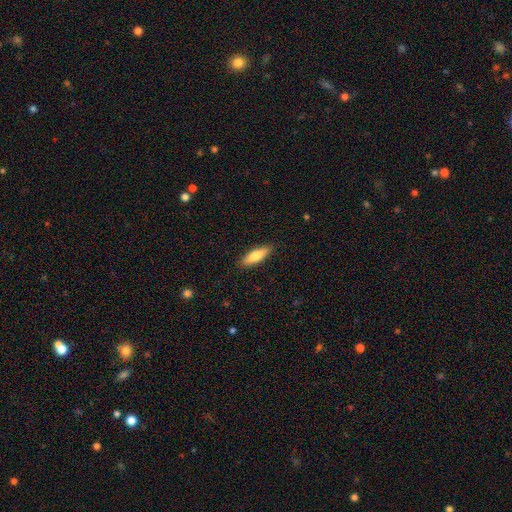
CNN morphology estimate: The model was most divided on "how rounded": cigar-shaped: 51%, in between: 47%, round: 2%. More confident: merging — none (89%); smooth or featured — smooth (75%).